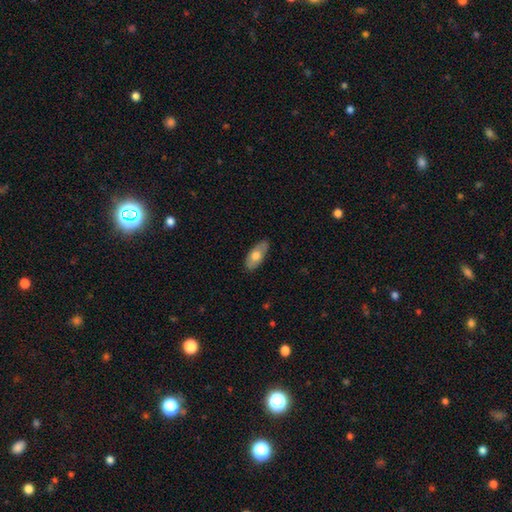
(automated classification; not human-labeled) Overall: smooth (65%; featured or disk 29%). How rounded: in between (89%). Merging: none (83%).